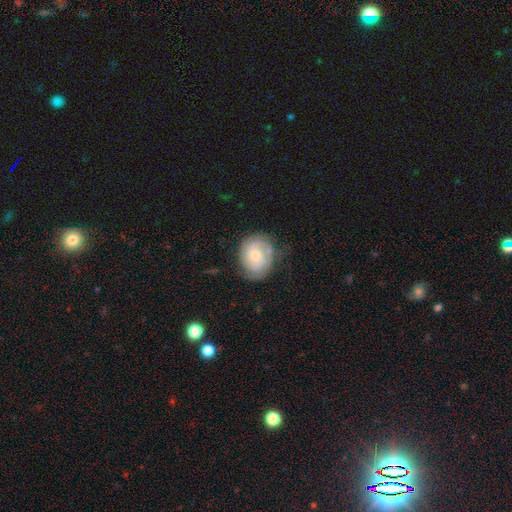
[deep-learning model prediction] This appears to be a featured or disk galaxy (69%) with no bar (72%), 2 (44%) tight (62%) spiral arms (90%) and a small central bulge (55%). Merging: none (69%).